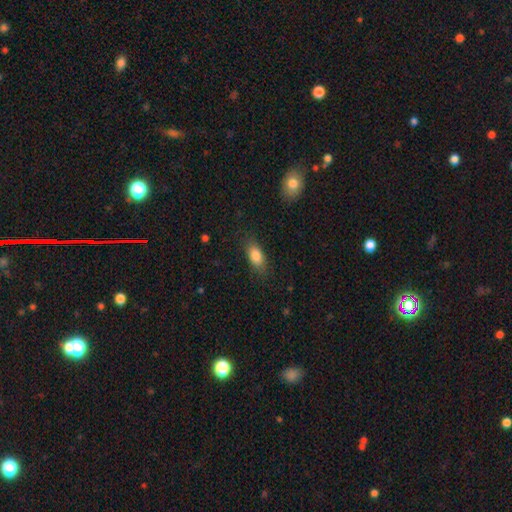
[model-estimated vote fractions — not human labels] The model was most divided on "merging": none: 81%, minor disturbance: 13%, major disturbance: 4%, merger: 1%. More confident: smooth or featured — smooth (84%); how rounded — in between (83%).